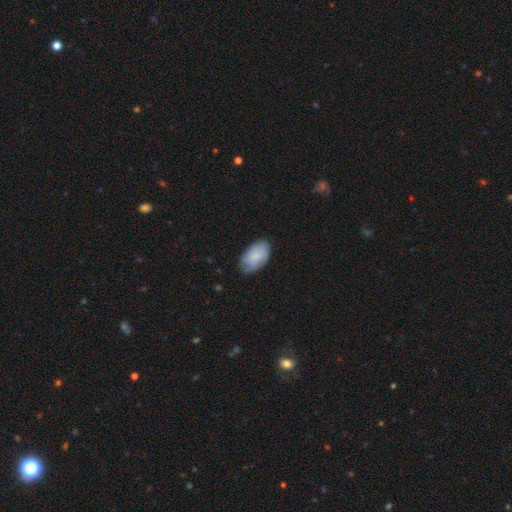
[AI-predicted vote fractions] The model was most divided on "merging": none: 75%, minor disturbance: 21%, major disturbance: 4%, merger: 1%. More confident: how rounded — in between (94%); smooth or featured — smooth (77%).